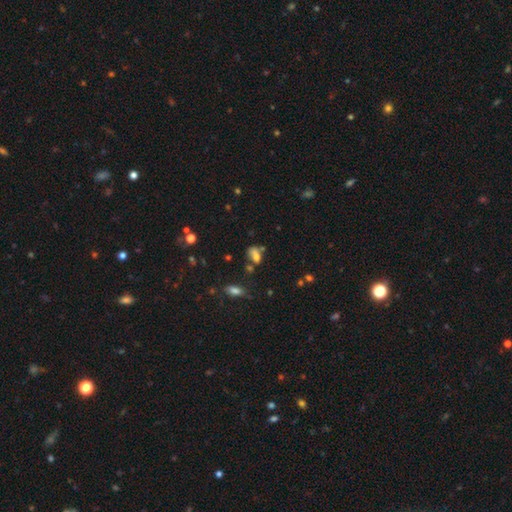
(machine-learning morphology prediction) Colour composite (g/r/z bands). It shows a smooth galaxy with no disk features (66%) that is in between round and cigar-shaped (77%). Merging: none (39%).